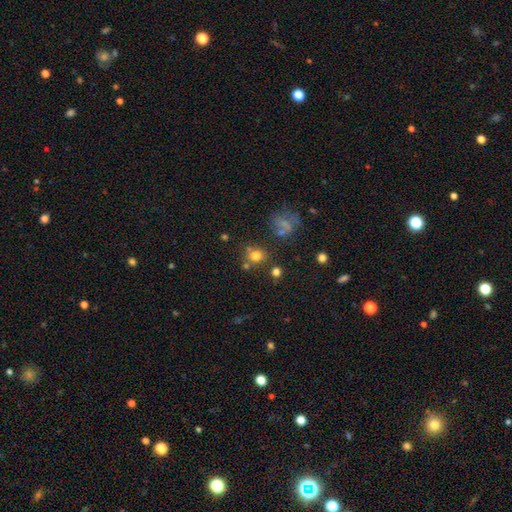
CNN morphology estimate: This is likely a smooth galaxy (73%). How rounded: clearly round (84%). Merging: likely none (71%).